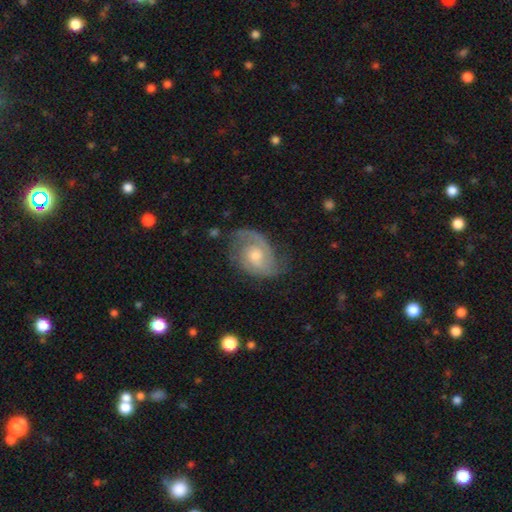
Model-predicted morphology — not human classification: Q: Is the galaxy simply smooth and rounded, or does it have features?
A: featured or disk — 80%.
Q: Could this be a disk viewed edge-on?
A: no — 97%.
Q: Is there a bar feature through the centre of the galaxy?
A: no — 65%.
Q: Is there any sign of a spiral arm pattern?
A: yes — 94%.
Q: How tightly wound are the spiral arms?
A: medium — 44%.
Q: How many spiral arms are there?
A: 2 — 71%.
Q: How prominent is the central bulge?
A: moderate — 62%.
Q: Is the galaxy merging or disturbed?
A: none — 67%.